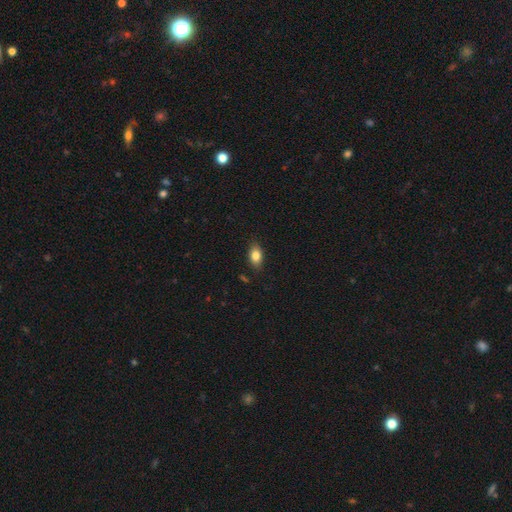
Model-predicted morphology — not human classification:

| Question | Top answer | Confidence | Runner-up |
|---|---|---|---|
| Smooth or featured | smooth | 83% | featured or disk (9%) |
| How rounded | in between | 86% | round (11%) |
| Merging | none | 85% | minor disturbance (12%) |